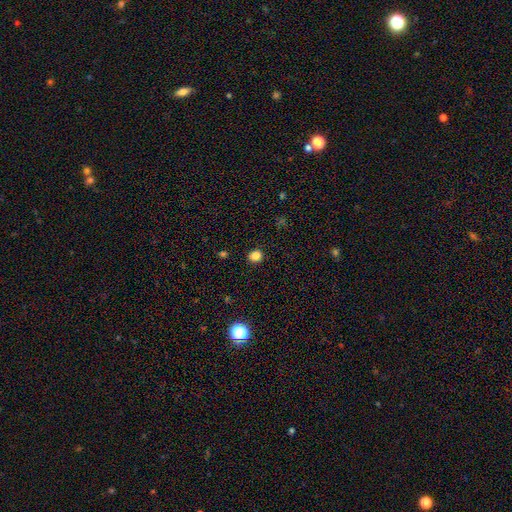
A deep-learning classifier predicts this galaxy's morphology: smooth-or-featured: smooth: 83% | star or artifact: 13% | featured or disk: 4%
  how-rounded: round: 79% | in between: 20% | cigar-shaped: 1%
  merging: none: 90% | minor disturbance: 7% | major disturbance: 2% | merger: 1%